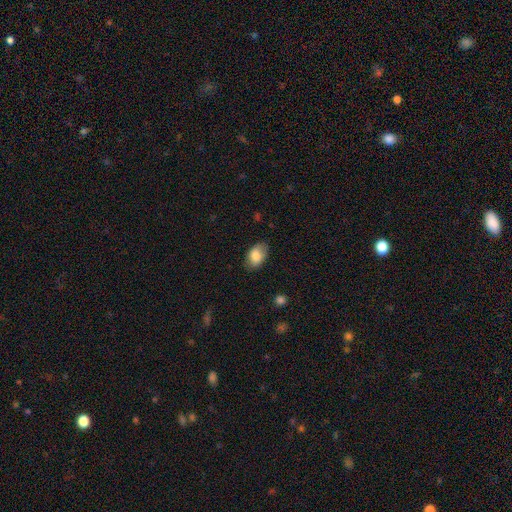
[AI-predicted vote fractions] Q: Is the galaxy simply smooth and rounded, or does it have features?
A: smooth — 82%.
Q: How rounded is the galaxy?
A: in between — 90%.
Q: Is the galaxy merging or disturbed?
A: none — 80%.